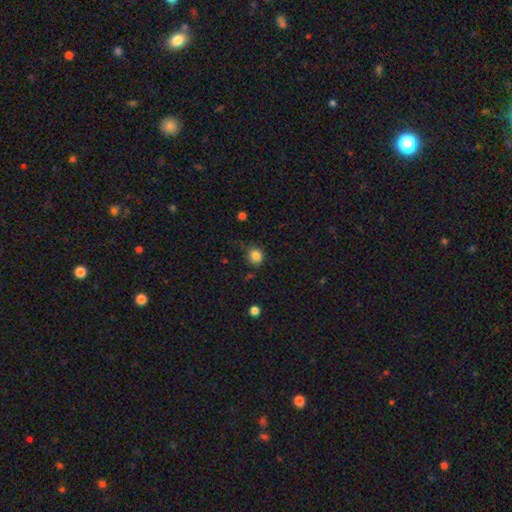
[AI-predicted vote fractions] Smooth or featured? smooth (84%)
How rounded? round (81%)
Merging? none (73%)